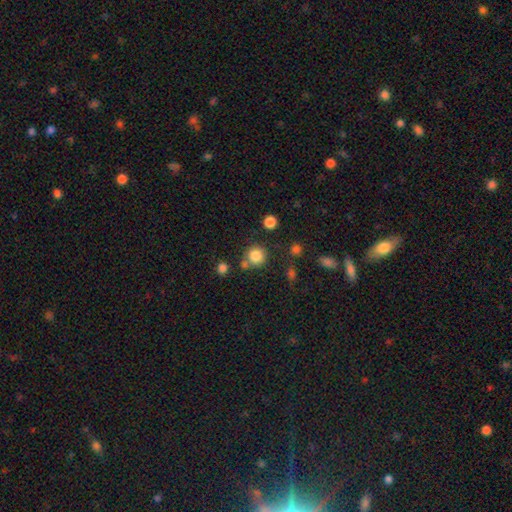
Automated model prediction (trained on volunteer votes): The model was most divided on "merging": none: 74%, merger: 12%, minor disturbance: 10%, major disturbance: 4%. More confident: how rounded — round (92%); smooth or featured — smooth (83%).